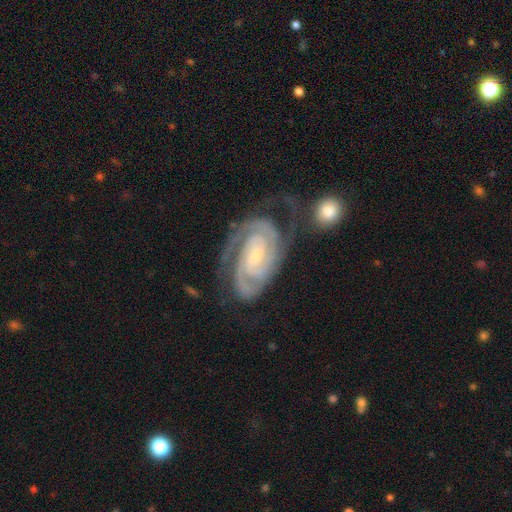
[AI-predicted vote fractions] featured or disk 92%, star or artifact 4%, smooth 4%. Down the decision tree: edge-on disk — no (97%); bar — no (47%); spiral arms — yes (99%); spiral arm count — 2 (68%); spiral winding — tight (76%); bulge size — small (66%); merging — none (64%).